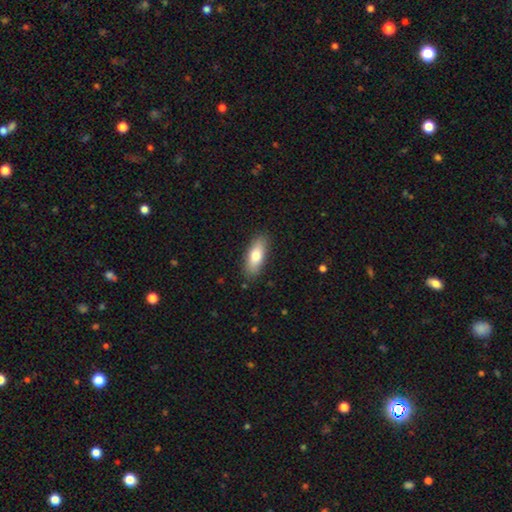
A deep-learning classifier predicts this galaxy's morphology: Smooth or featured: smooth — 76% (featured or disk — 18%)
How rounded: in between — 72% (cigar-shaped — 26%)
Merging: none — 87% (minor disturbance — 10%)